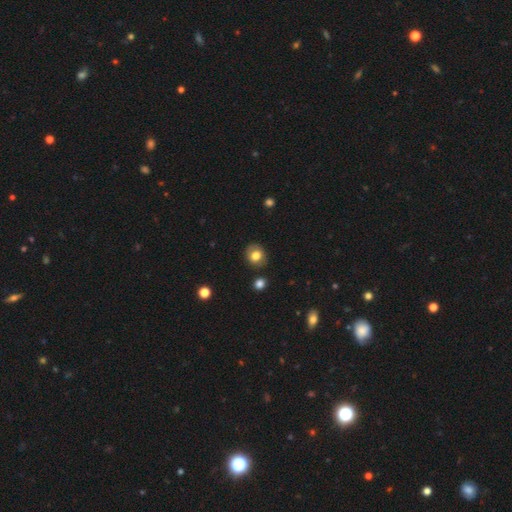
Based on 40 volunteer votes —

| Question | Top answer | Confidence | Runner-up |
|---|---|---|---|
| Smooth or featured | smooth | 80% | featured or disk (15%) |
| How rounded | round | 72% | in between (28%) |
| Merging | none | 89% | minor disturbance (11%) |